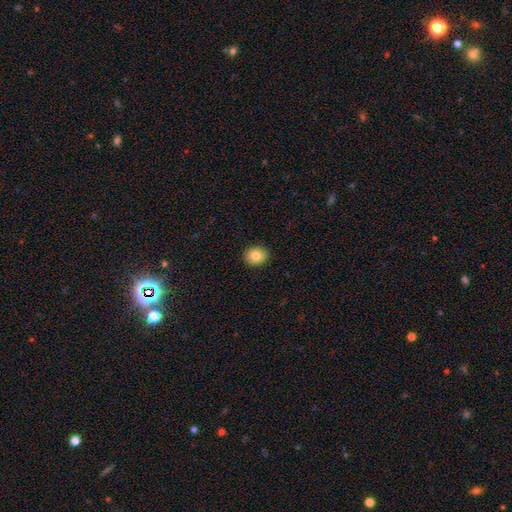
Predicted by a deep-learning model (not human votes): Smooth or featured? smooth (82%)
How rounded? round (73%)
Merging? none (92%)